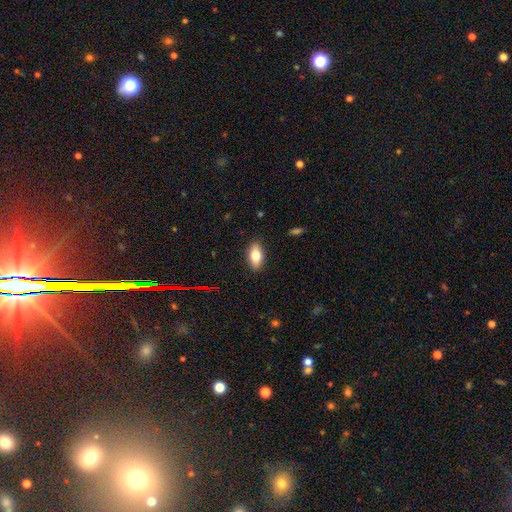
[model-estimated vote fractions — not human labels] Smooth or featured: smooth — 78% (featured or disk — 14%)
How rounded: in between — 88% (cigar-shaped — 8%)
Merging: none — 88% (minor disturbance — 9%)